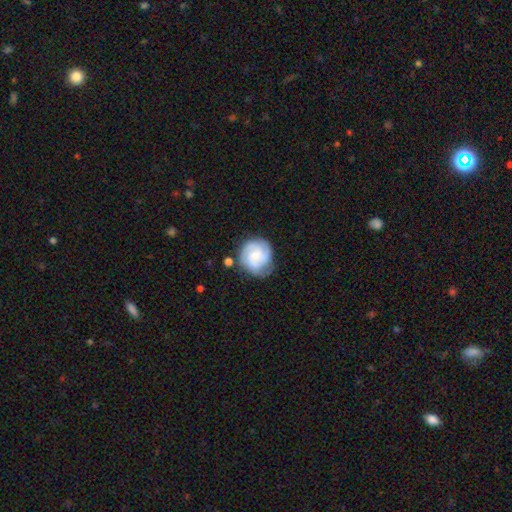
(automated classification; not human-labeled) Morphology: type=featured or disk (72%); edge-on=no (98%); bar=no (57%); spiral arms=yes (96%); winding=tight (58%); arm count=3 (50%); bulge=small (49%); merging=none (73%).